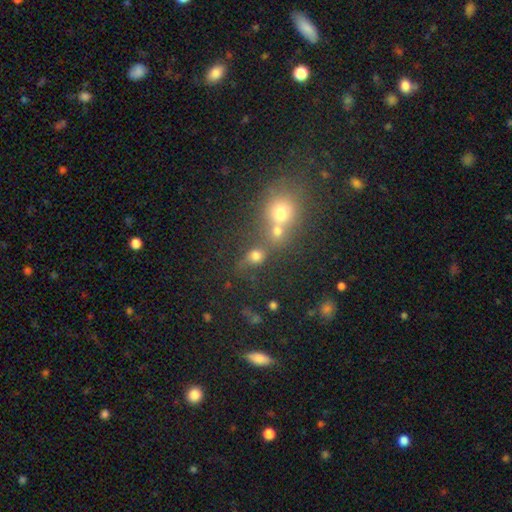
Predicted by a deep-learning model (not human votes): Smooth or featured?
  - smooth: 68% *
  - star or artifact: 19%
  - featured or disk: 13%
How rounded?
  - round: 67% *
  - in between: 31%
  - cigar-shaped: 2%
Merging?
  - none: 42% *
  - merger: 37%
  - minor disturbance: 12%
  - major disturbance: 9%